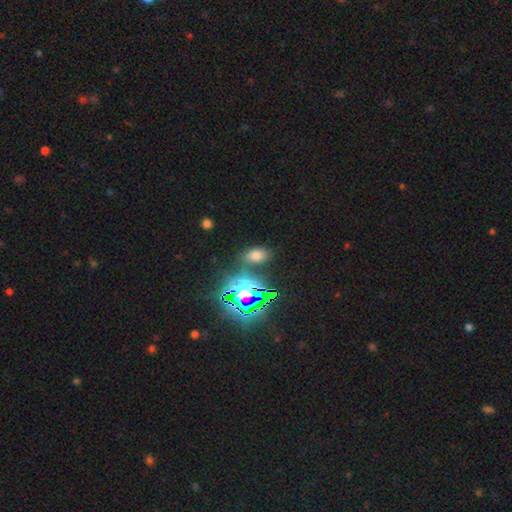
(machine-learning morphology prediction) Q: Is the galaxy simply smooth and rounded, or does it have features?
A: smooth — 55%.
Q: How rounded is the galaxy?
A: in between — 86%.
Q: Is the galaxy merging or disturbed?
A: none — 74%.